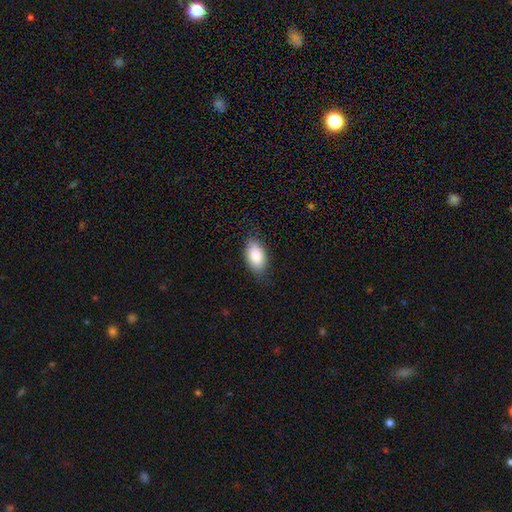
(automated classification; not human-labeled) Morphology: type=smooth (85%); roundness=in between (93%); merging=none (81%).